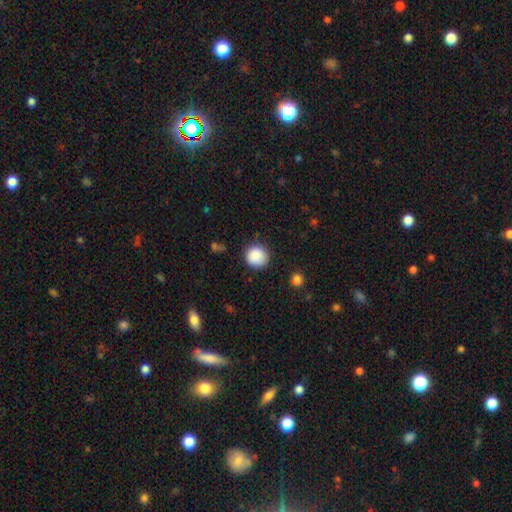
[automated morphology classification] smooth_or_featured: smooth (p=0.88) [alt: star or artifact p=0.09]
how_rounded: round (p=0.90) [alt: in between p=0.09]
merging: none (p=0.85) [alt: minor disturbance p=0.10]